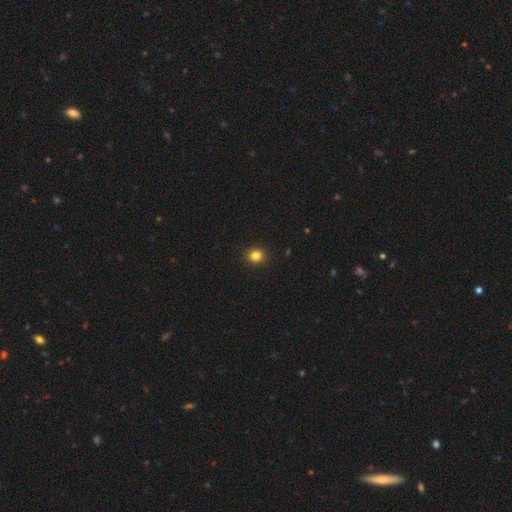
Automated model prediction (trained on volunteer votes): Overall: smooth (83%). How rounded: round (85%). Merging: none (92%).